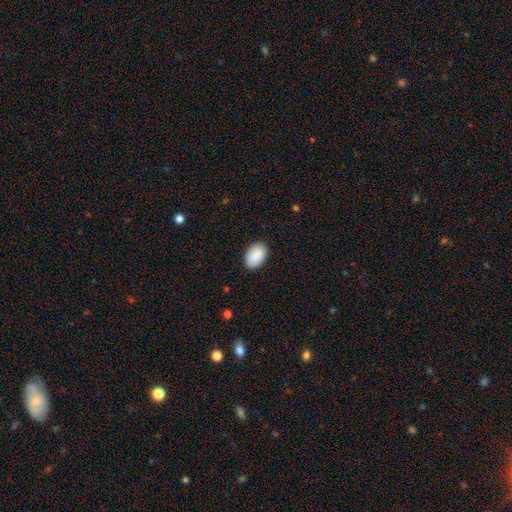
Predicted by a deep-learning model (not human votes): The model was most divided on "merging": none: 87%, minor disturbance: 10%, major disturbance: 2%, merger: 1%. More confident: smooth or featured — smooth (90%); how rounded — in between (90%).